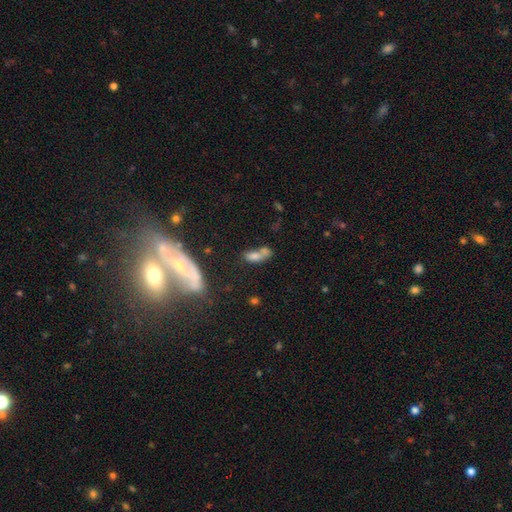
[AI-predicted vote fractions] smooth_or_featured: smooth (p=0.69) [alt: featured or disk p=0.20]
how_rounded: in between (p=0.73) [alt: cigar-shaped p=0.21]
merging: merger (p=0.38) [alt: none p=0.30]